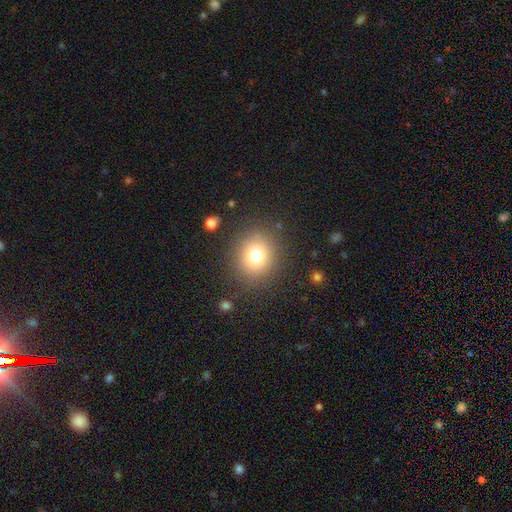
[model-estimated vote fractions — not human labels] Morphology: type=smooth (76%); roundness=round (81%); merging=none (86%).